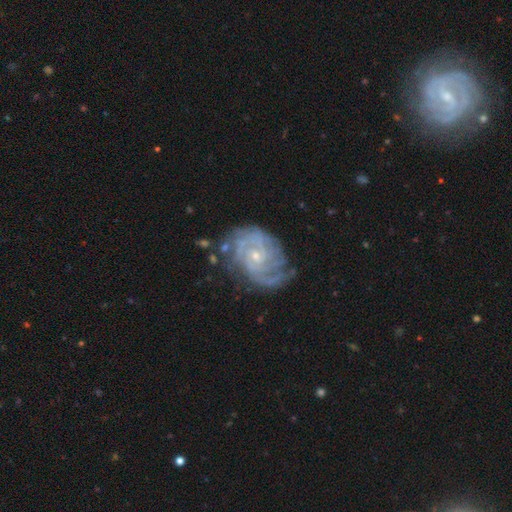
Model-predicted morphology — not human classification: A featured or disk galaxy (86%) with no bar (70%), can't tell (29%, tied with 2) tight (65%) spiral arms (96%) and a small central bulge (75%).

Vote fractions:
- Smooth or featured? featured or disk: 86% / smooth: 7% / star or artifact: 6%
- Edge-on disk? no: 97% / yes: 3%
- Bar? no: 70% / weak: 25% / strong: 5%
- Spiral arms? yes: 96% / no: 4%
- Spiral winding? tight: 65% / medium: 28% / loose: 7%
- Spiral arm count? can't tell: 29% (tied) / 2: 29% (tied) / 3: 18% / 4: 11% / more than 4: 6% / 1: 6%
- Bulge size? small: 75% / moderate: 22% / none: 2% / large: 1% / dominant: 1%
- Merging? none: 65% / minor disturbance: 22% / major disturbance: 10% / merger: 3%